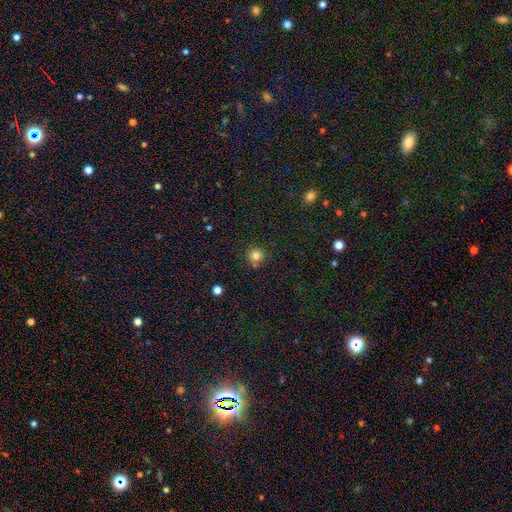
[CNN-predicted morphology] Smooth or featured? smooth (81%)
How rounded? round (93%)
Merging? none (81%)